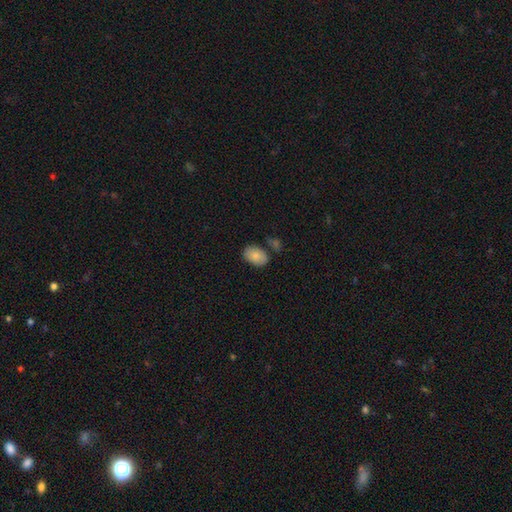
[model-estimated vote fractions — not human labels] The model was most divided on "merging": none: 70%, minor disturbance: 16%, merger: 10%, major disturbance: 4%. More confident: how rounded — in between (87%); smooth or featured — smooth (84%).